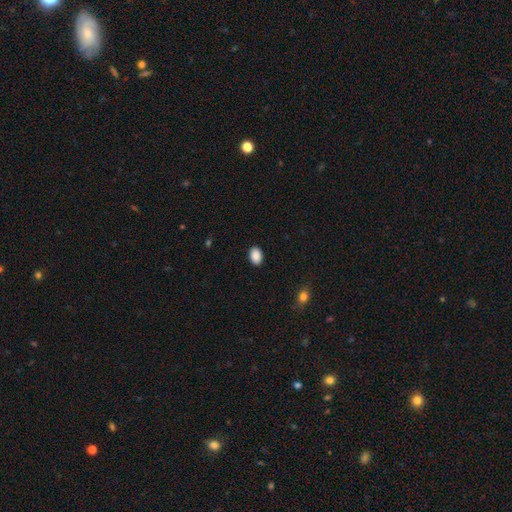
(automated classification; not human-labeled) A smooth galaxy with no disk features (90%) that is in between round and cigar-shaped (82%).

Vote fractions:
- Smooth or featured? smooth: 90% / star or artifact: 8% / featured or disk: 3%
- How rounded? in between: 82% / round: 16% / cigar-shaped: 1%
- Merging? none: 90% / minor disturbance: 7% / major disturbance: 2% / merger: 1%